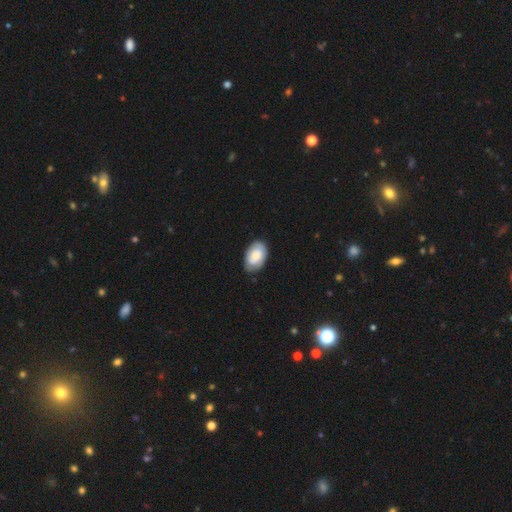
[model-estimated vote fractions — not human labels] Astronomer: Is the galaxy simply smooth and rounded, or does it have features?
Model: smooth — 71%.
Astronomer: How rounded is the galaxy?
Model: in between — 92%.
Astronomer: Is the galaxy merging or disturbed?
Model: none — 79%.